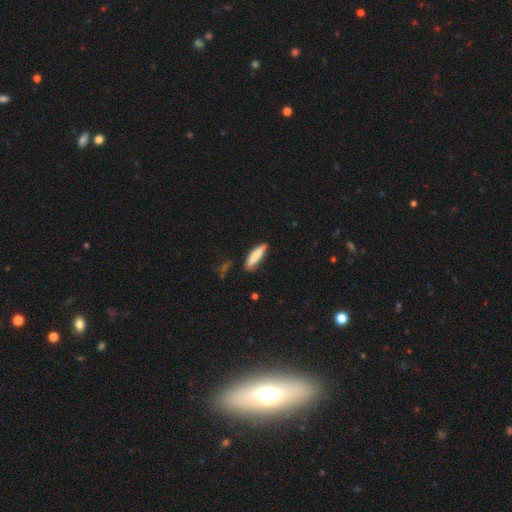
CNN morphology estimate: smooth-or-featured: smooth: 80% | featured or disk: 14% | star or artifact: 6%
  how-rounded: cigar-shaped: 75% | in between: 24% | round: 1%
  merging: none: 80% | minor disturbance: 15% | major disturbance: 3% | merger: 2%